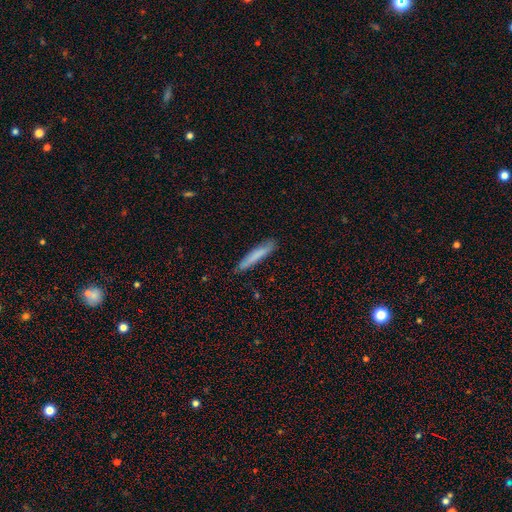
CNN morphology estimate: The model was most divided on "smooth or featured": smooth: 77%, featured or disk: 17%, star or artifact: 6%. More confident: how rounded — cigar-shaped (93%); merging — none (84%).